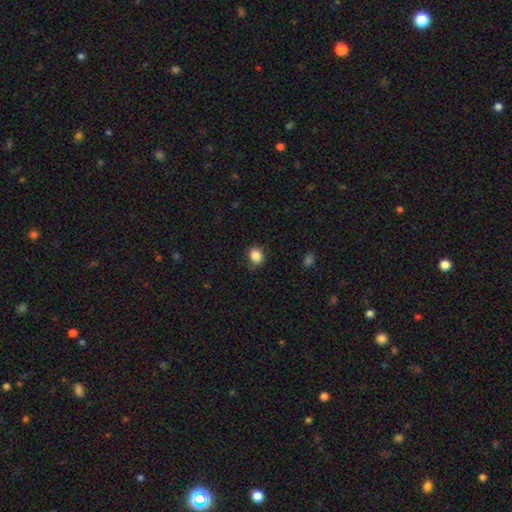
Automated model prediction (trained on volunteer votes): smooth_or_featured: smooth (p=0.86) [alt: star or artifact p=0.10]
how_rounded: round (p=0.59) [alt: in between p=0.41]
merging: none (p=0.81) [alt: minor disturbance p=0.15]